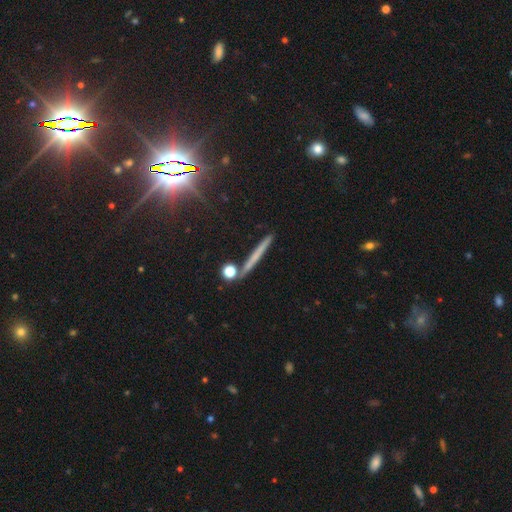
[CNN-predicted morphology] A smooth galaxy with no disk features (46%).

Vote fractions:
- Smooth or featured? smooth: 46% / featured or disk: 38% / star or artifact: 16%
- Merging? none: 81% / minor disturbance: 10% / merger: 6% / major disturbance: 3%